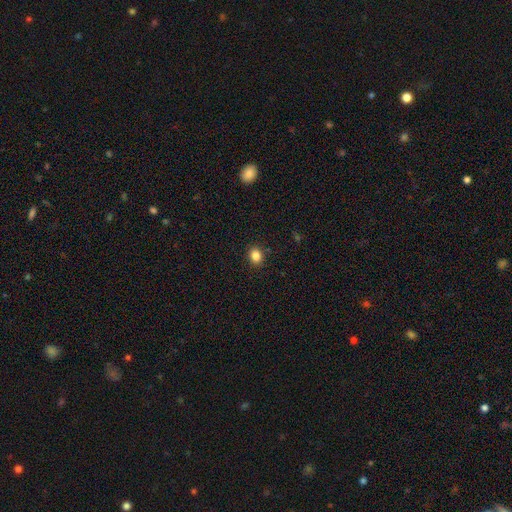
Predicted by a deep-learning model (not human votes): Q: Smooth or featured?
A: smooth (84%); runner-up: star or artifact (11%)
Q: How rounded?
A: round (60%); runner-up: in between (39%)
Q: Merging?
A: none (90%); runner-up: minor disturbance (7%)